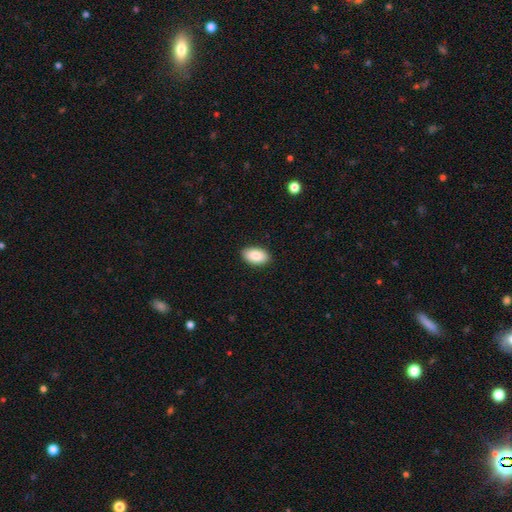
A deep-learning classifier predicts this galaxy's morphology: Smooth or featured: smooth — 86% (featured or disk — 7%)
How rounded: in between — 94% (round — 5%)
Merging: none — 89% (minor disturbance — 8%)